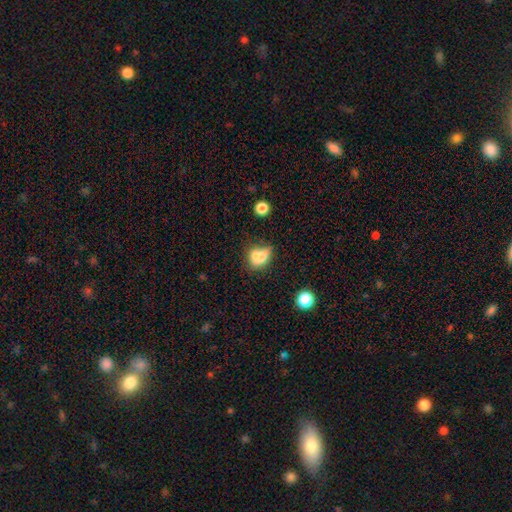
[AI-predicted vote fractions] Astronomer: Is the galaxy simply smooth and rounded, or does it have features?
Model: smooth — 70%.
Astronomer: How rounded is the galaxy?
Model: in between — 58% (runner-up: round, 39%).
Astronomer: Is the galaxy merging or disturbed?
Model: merger — 45% (runner-up: none, 30%).